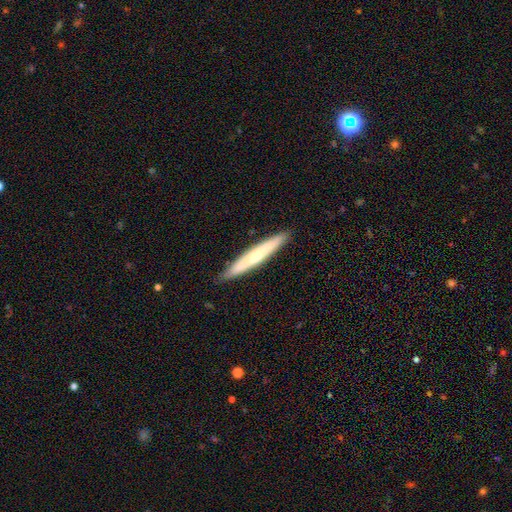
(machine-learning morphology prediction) smooth_or_featured: smooth (p=0.56) [alt: featured or disk p=0.39]
how_rounded: cigar-shaped (p=0.95) [alt: in between p=0.04]
merging: none (p=0.90) [alt: minor disturbance p=0.08]